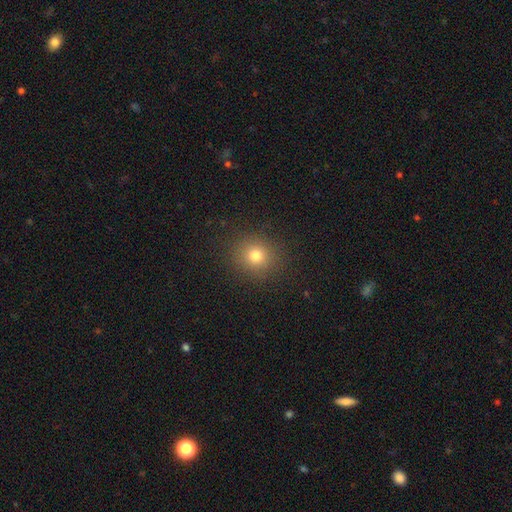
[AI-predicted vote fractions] Overall: smooth (76%). How rounded: round (83%). Merging: none (89%).